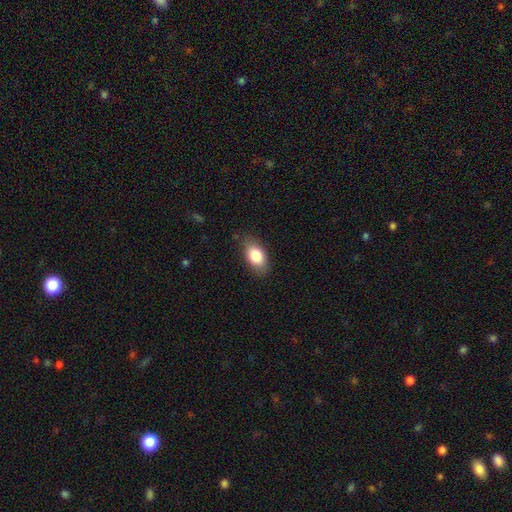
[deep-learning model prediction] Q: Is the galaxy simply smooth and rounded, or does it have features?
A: smooth — 82%.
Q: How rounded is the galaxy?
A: in between — 90%.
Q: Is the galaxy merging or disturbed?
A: none — 80%.